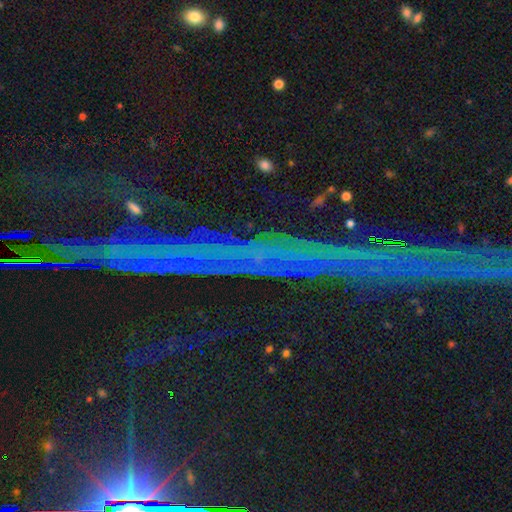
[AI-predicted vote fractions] smooth-or-featured: star or artifact: 85% | featured or disk: 8% | smooth: 7%